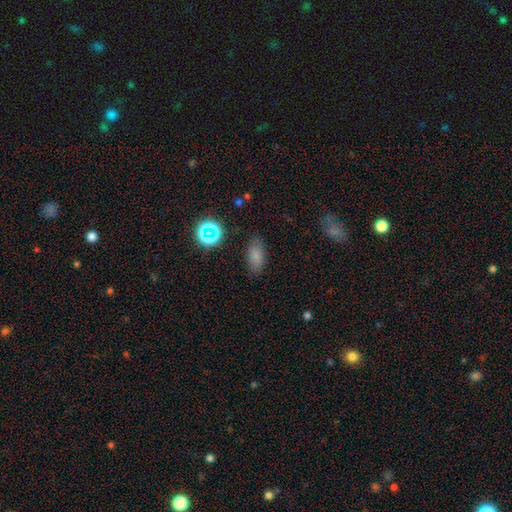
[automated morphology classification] This appears to be a smooth galaxy with no disk features (77%) that is in between round and cigar-shaped (89%). Merging: none (81%).